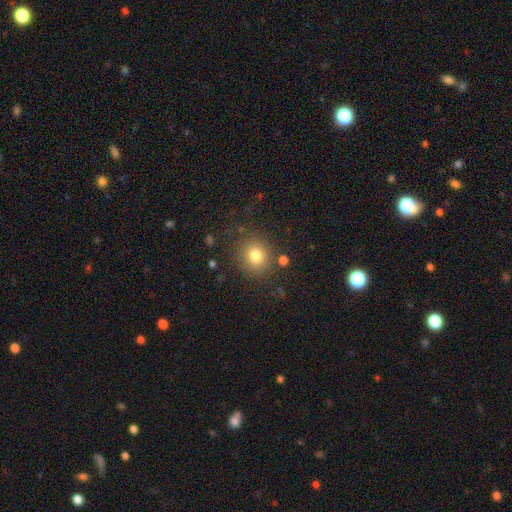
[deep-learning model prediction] Overall: smooth (79%). How rounded: round (87%). Merging: none (84%).